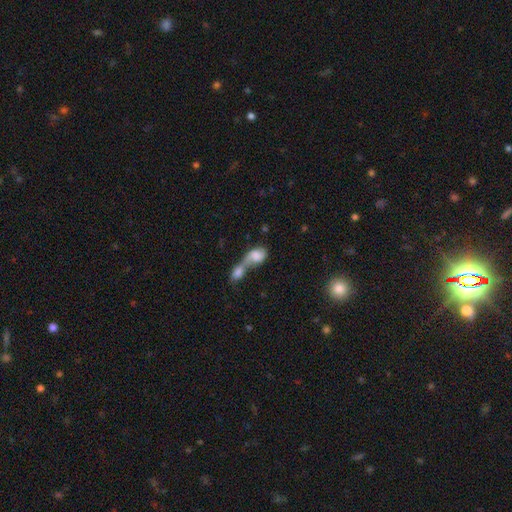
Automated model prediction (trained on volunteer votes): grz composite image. It shows a smooth galaxy with no disk features (68%) that is in between round and cigar-shaped (70%). Merging: merger (81%).